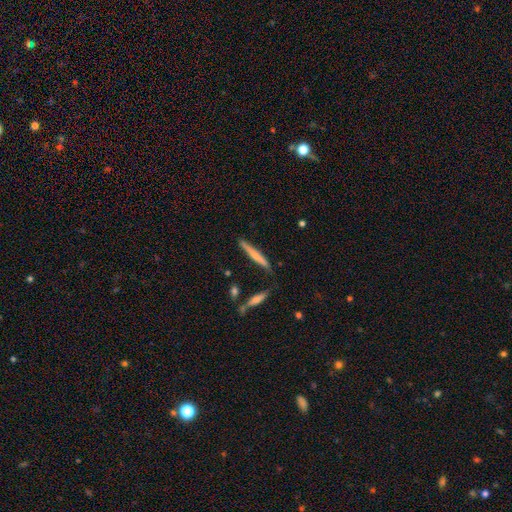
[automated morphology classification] Smooth or featured: smooth — 58% (featured or disk — 36%)
How rounded: cigar-shaped — 95% (in between — 4%)
Merging: none — 79% (minor disturbance — 14%)